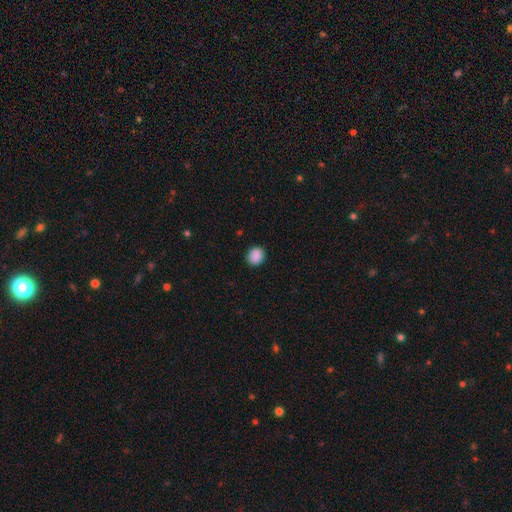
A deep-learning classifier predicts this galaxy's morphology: Smooth or featured: smooth — 89% (star or artifact — 8%)
How rounded: round — 77% (in between — 22%)
Merging: none — 89% (minor disturbance — 8%)